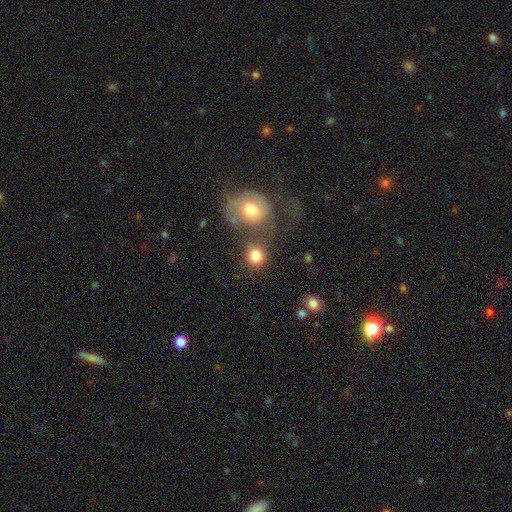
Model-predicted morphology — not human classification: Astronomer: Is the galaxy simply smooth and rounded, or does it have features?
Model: smooth — 81%.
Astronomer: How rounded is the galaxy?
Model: round — 86%.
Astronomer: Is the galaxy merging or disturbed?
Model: none — 50% (runner-up: merger, 33%).